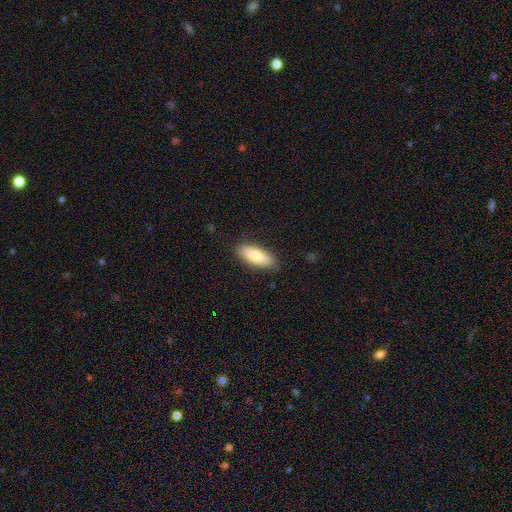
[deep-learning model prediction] Q: Smooth or featured?
A: smooth (80%); runner-up: featured or disk (14%)
Q: How rounded?
A: in between (70%); runner-up: cigar-shaped (28%)
Q: Merging?
A: none (85%); runner-up: minor disturbance (11%)